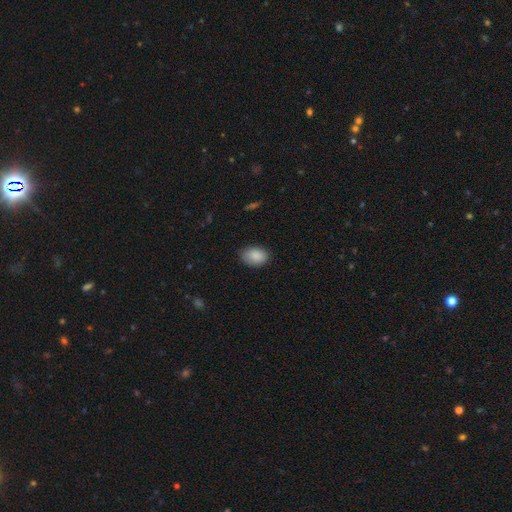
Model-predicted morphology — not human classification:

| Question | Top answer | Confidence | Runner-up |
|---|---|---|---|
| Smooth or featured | smooth | 88% | star or artifact (7%) |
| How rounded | in between | 85% | round (14%) |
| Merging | none | 82% | minor disturbance (14%) |